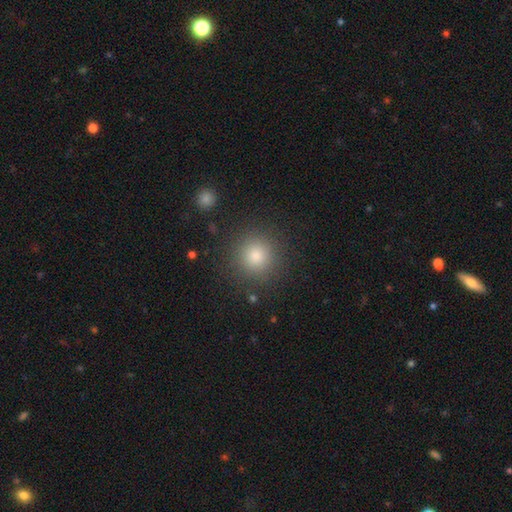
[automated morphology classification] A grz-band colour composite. It shows a smooth galaxy with no disk features (81%) that is round (94%). Merging: none (89%).